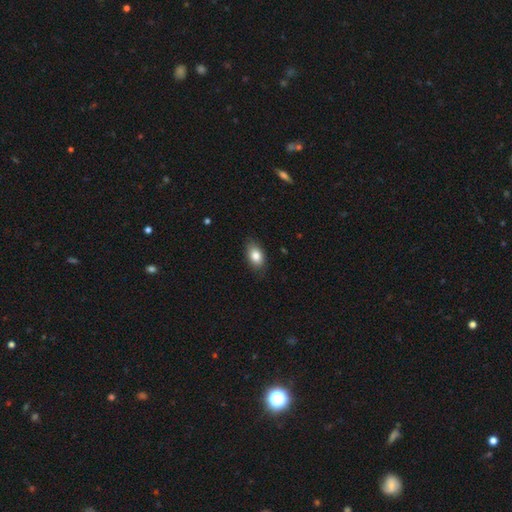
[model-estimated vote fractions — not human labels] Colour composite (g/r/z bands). It shows a smooth galaxy with no disk features (83%) that is in between round and cigar-shaped (89%). Merging: none (81%).